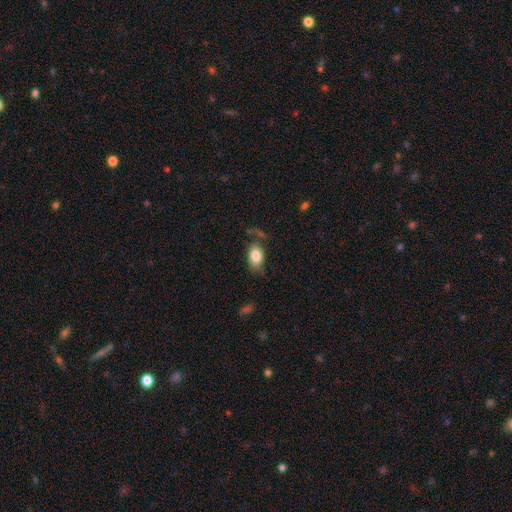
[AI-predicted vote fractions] This is clearly a smooth galaxy (81%). How rounded: clearly in between (88%). Merging: likely none (61%).